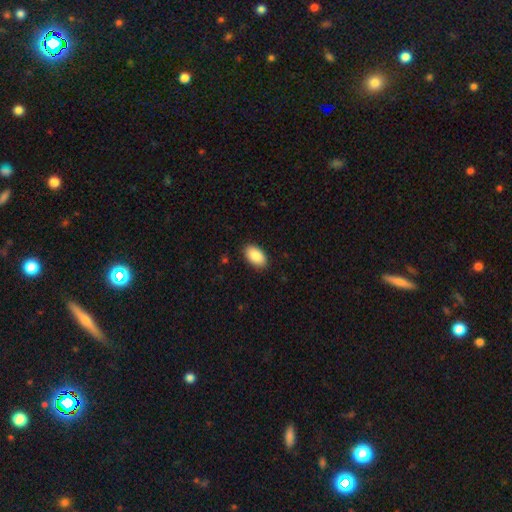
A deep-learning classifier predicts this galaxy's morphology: smooth-or-featured: smooth: 90% | star or artifact: 6% | featured or disk: 4%
  how-rounded: in between: 95% | round: 4% | cigar-shaped: 1%
  merging: none: 88% | minor disturbance: 9% | major disturbance: 2% | merger: 1%